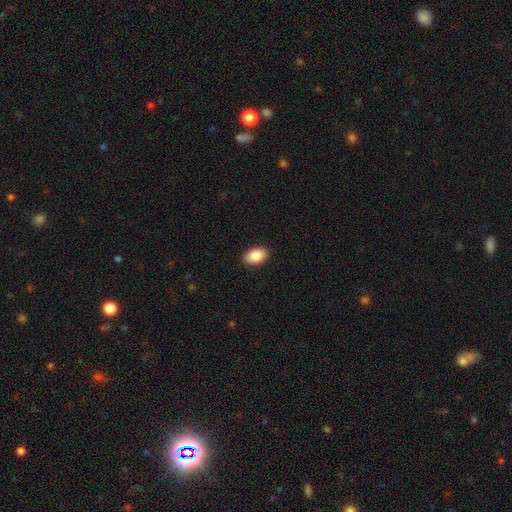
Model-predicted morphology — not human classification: The model was most divided on "smooth or featured": smooth: 87%, star or artifact: 7%, featured or disk: 6%. More confident: how rounded — in between (91%); merging — none (90%).